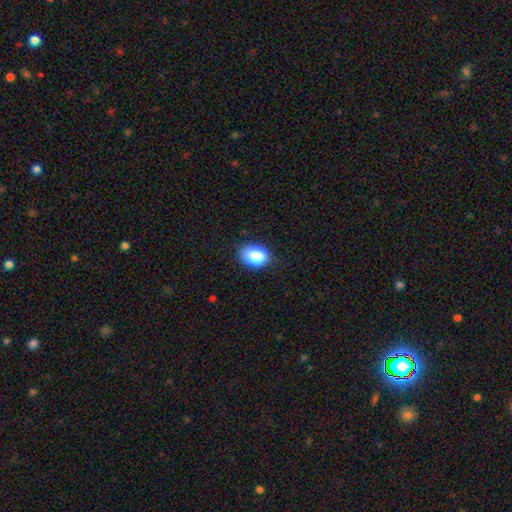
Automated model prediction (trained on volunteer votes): A smooth galaxy with no disk features (86%) that is in between round and cigar-shaped (75%).

Vote fractions:
- Smooth or featured? smooth: 86% / star or artifact: 8% / featured or disk: 6%
- How rounded? in between: 75% / round: 24% / cigar-shaped: 1%
- Merging? none: 79% / minor disturbance: 17% / major disturbance: 3% / merger: 1%